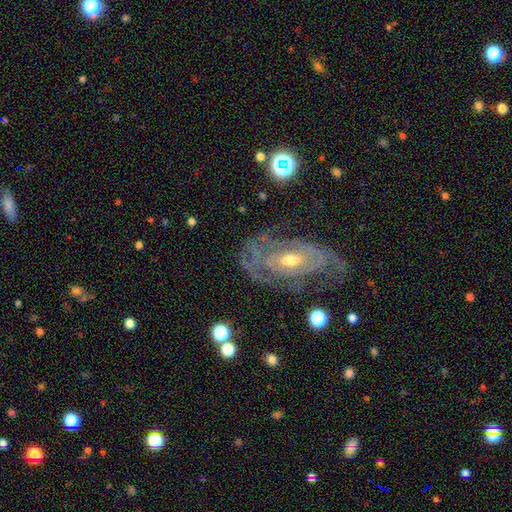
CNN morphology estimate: Q: Smooth or featured?
A: featured or disk (83%); runner-up: smooth (9%)
Q: Edge-on disk?
A: no (93%); runner-up: yes (7%)
Q: Bar?
A: no (53%); runner-up: weak (35%)
Q: Spiral arms?
A: yes (86%); runner-up: no (14%)
Q: Spiral winding?
A: tight (63%); runner-up: medium (28%)
Q: Spiral arm count?
A: can't tell (46%); runner-up: 2 (26%)
Q: Bulge size?
A: moderate (55%); runner-up: small (39%)
Q: Merging?
A: none (63%); runner-up: minor disturbance (20%)